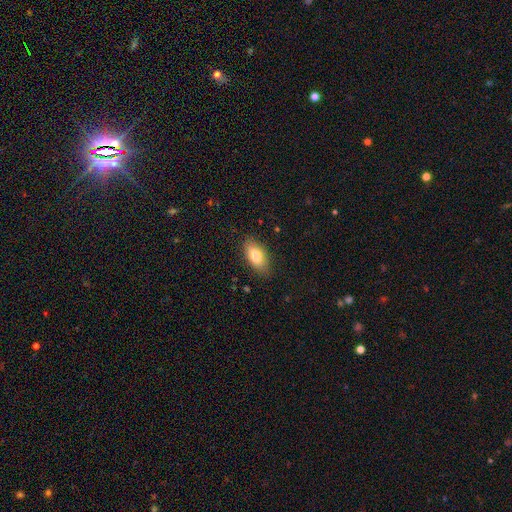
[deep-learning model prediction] Smooth or featured?
  - smooth: 80% *
  - featured or disk: 13%
  - star or artifact: 7%
How rounded?
  - in between: 90% *
  - cigar-shaped: 6%
  - round: 4%
Merging?
  - none: 85% *
  - minor disturbance: 11%
  - major disturbance: 3%
  - merger: 1%